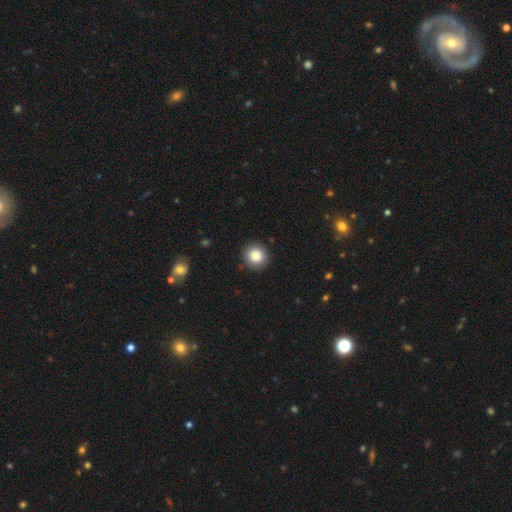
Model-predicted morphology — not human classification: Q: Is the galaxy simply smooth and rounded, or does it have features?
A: smooth — 85%.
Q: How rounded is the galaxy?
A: round — 91%.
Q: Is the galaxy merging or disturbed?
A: none — 90%.